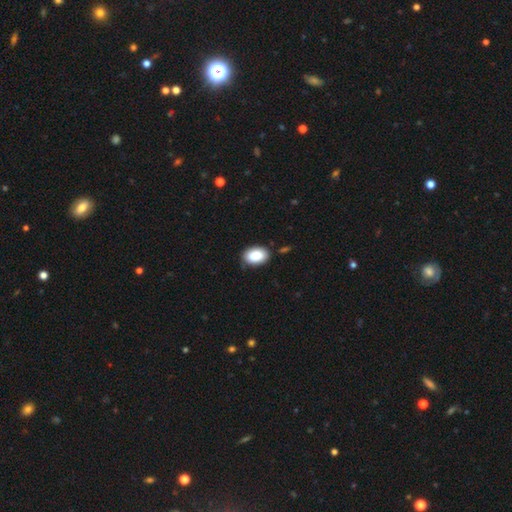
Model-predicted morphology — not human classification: Smooth or featured: smooth — 88% (star or artifact — 7%)
How rounded: in between — 89% (round — 10%)
Merging: none — 79% (minor disturbance — 16%)